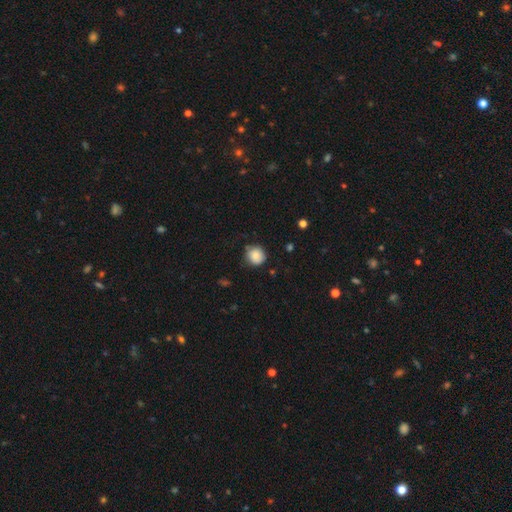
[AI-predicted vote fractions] Smooth or featured?
  - smooth: 82% *
  - featured or disk: 10%
  - star or artifact: 9%
How rounded?
  - round: 88% *
  - in between: 11%
  - cigar-shaped: 1%
Merging?
  - none: 71% *
  - minor disturbance: 22%
  - major disturbance: 5%
  - merger: 2%